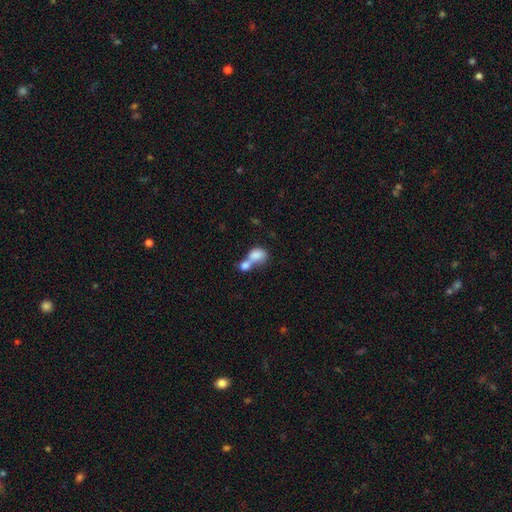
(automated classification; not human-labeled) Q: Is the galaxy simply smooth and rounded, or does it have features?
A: smooth — 79%.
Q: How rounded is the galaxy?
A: in between — 69%.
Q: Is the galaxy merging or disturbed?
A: merger — 74%.